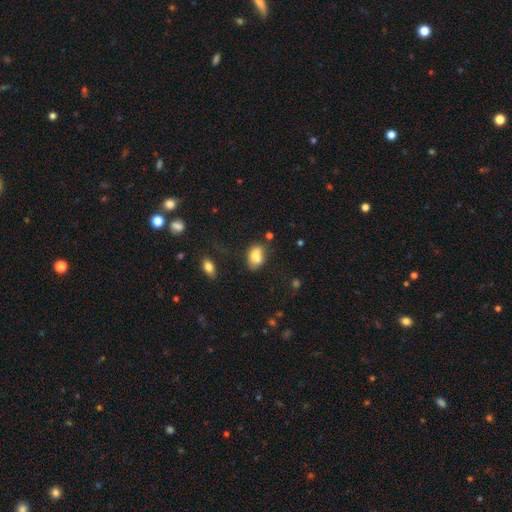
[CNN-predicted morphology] The model was most divided on "merging": none: 56%, minor disturbance: 23%, merger: 15%, major disturbance: 7%. More confident: how rounded — in between (81%); smooth or featured — smooth (79%).